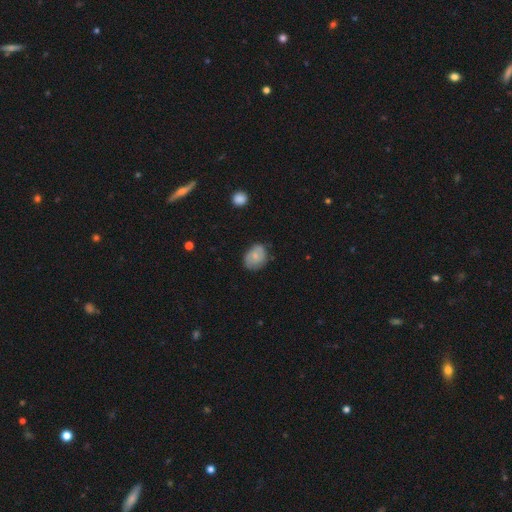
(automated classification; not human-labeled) smooth 67%, featured or disk 25%, star or artifact 8%. Down the decision tree: how rounded — in between (66%); merging — none (65%).